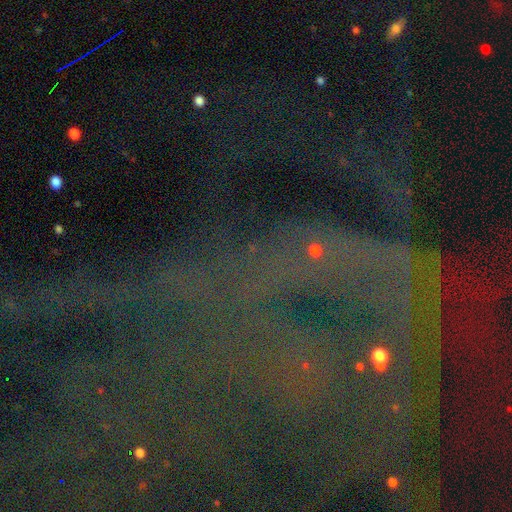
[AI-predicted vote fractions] Smooth or featured? Predicted: star or artifact (p=0.82).